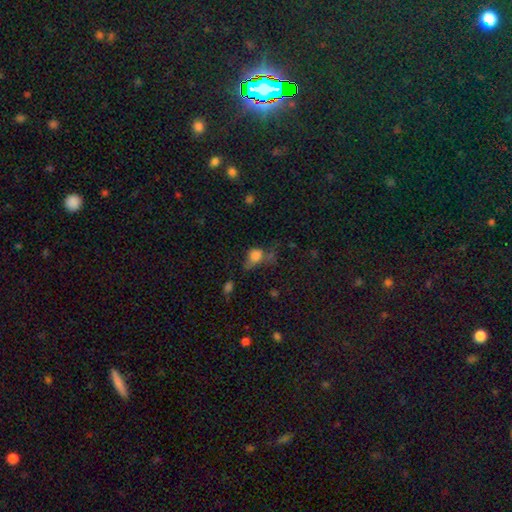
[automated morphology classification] Smooth or featured?
  - smooth: 74% *
  - star or artifact: 14%
  - featured or disk: 12%
How rounded?
  - in between: 49% *
  - round: 48%
  - cigar-shaped: 3%
Merging?
  - none: 32% *
  - major disturbance: 28%
  - minor disturbance: 27%
  - merger: 13%